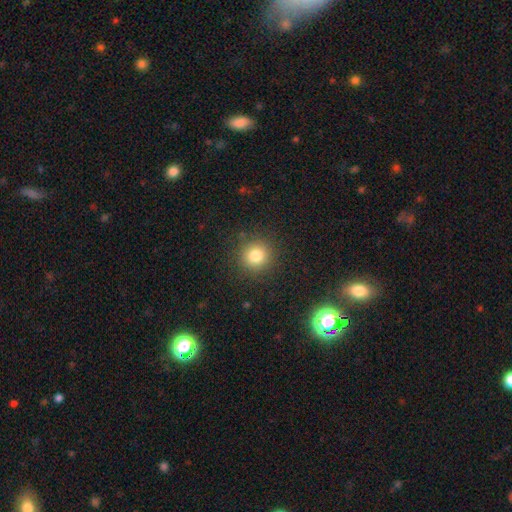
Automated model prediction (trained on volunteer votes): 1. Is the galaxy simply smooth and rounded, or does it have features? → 81% smooth, 13% star or artifact, 7% featured or disk.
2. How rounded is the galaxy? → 92% round, 7% in between, 1% cigar-shaped.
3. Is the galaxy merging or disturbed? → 89% none, 7% minor disturbance, 3% major disturbance, 1% merger.